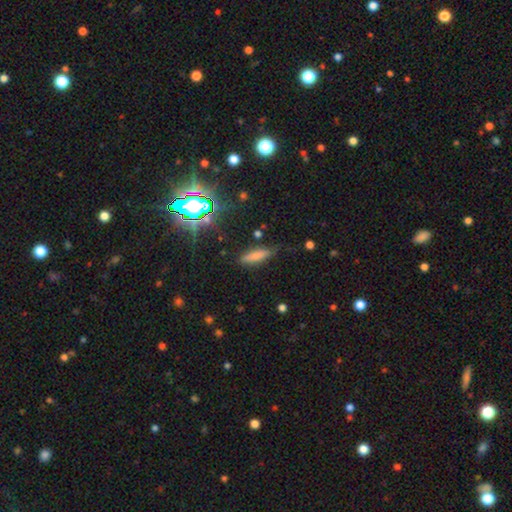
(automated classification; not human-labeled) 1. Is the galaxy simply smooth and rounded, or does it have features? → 72% smooth, 15% featured or disk, 13% star or artifact.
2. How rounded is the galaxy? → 62% cigar-shaped, 36% in between, 2% round.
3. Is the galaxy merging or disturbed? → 72% none, 20% minor disturbance, 5% major disturbance, 2% merger.